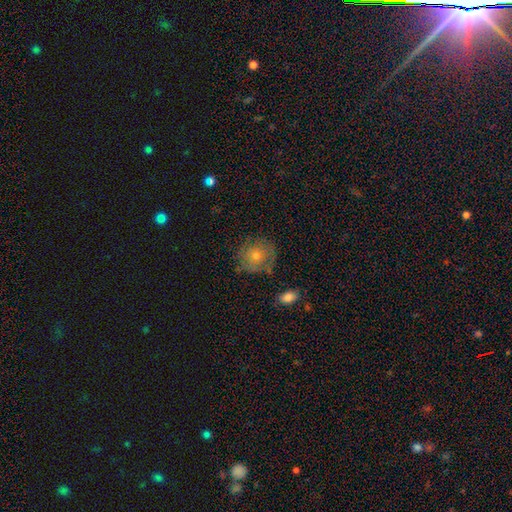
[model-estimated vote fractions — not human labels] Smooth or featured?
  - smooth: 55% *
  - featured or disk: 32%
  - star or artifact: 14%
How rounded?
  - round: 87% *
  - in between: 12%
  - cigar-shaped: 1%
Merging?
  - none: 79% *
  - minor disturbance: 15%
  - major disturbance: 4%
  - merger: 2%